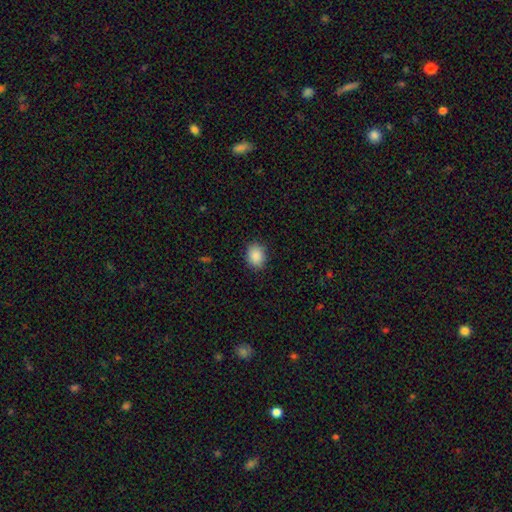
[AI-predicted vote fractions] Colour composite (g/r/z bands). It shows a smooth galaxy with no disk features (89%) that is in between round and cigar-shaped (53%). Merging: none (87%).